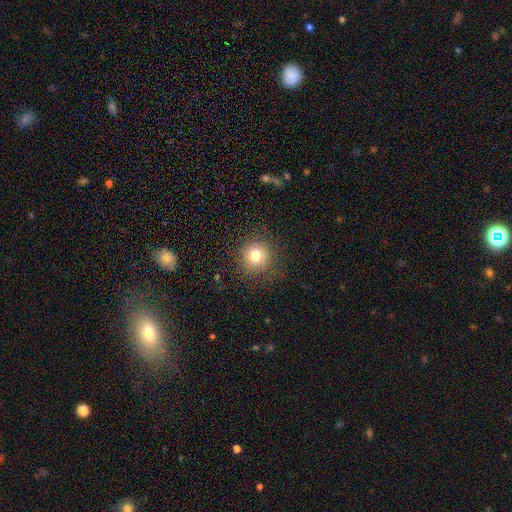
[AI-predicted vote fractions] smooth-or-featured: smooth: 77% | star or artifact: 13% | featured or disk: 10%
  how-rounded: round: 93% | in between: 6% | cigar-shaped: 1%
  merging: none: 86% | minor disturbance: 9% | major disturbance: 4% | merger: 1%